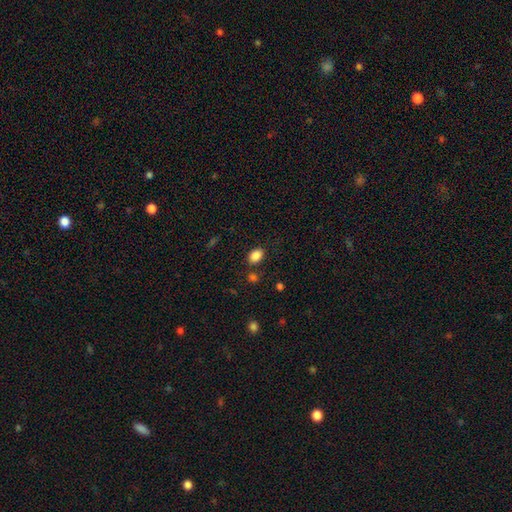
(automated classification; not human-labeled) Smooth or featured? Predicted: smooth (p=0.87). How rounded? Predicted: in between (p=0.75). Merging? Predicted: none (p=0.81).